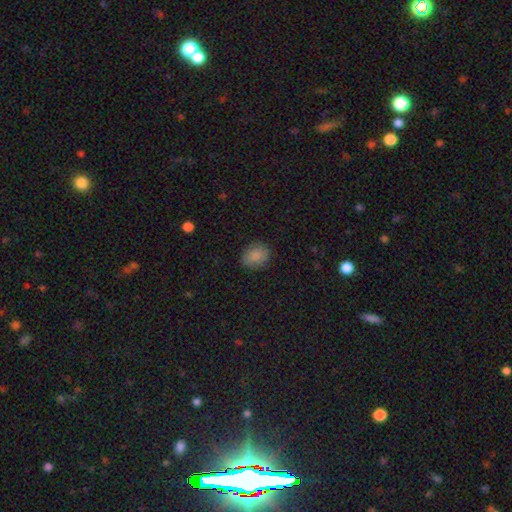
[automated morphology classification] Smooth or featured: smooth — 85% (star or artifact — 9%)
How rounded: round — 56% (in between — 43%)
Merging: none — 82% (minor disturbance — 14%)